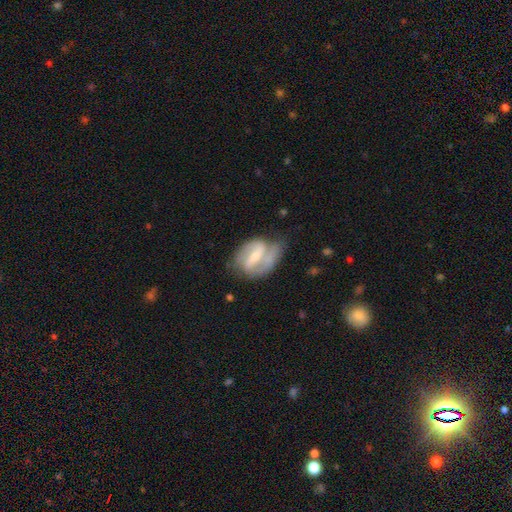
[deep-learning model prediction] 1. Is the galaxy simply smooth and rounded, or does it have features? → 76% featured or disk, 19% smooth, 6% star or artifact.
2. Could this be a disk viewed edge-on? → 96% no, 4% yes.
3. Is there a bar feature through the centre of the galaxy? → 49% strong, 37% weak, 14% no.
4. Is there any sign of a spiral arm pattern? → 87% yes, 13% no.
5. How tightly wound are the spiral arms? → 46% medium, 28% loose, 25% tight.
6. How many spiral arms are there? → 79% 2, 9% 1, 8% can't tell, 2% 3, 1% 4, 1% more than 4.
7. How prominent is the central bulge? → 49% small, 38% moderate, 8% none, 4% large, 1% dominant.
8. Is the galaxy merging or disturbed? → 49% none, 30% minor disturbance, 17% major disturbance, 4% merger.